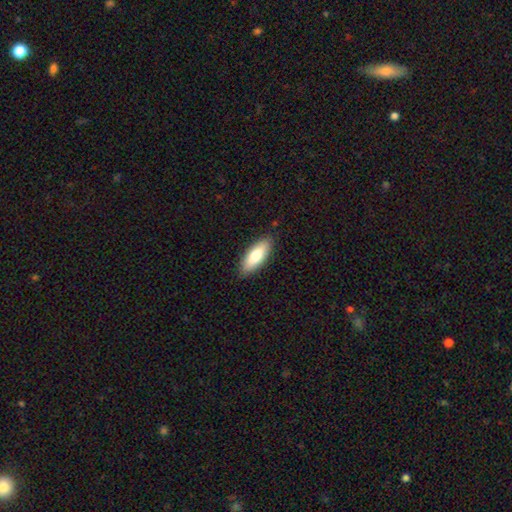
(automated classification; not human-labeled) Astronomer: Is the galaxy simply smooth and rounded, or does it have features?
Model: smooth — 78%.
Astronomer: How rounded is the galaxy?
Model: in between — 68%.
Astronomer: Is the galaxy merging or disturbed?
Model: none — 87%.